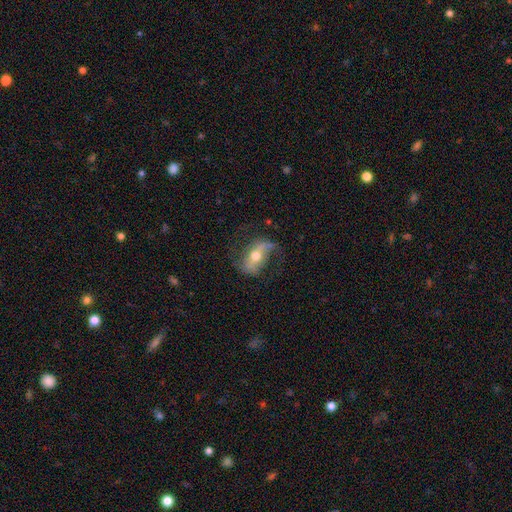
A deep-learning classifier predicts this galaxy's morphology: Smooth or featured: featured or disk — 72% (smooth — 21%)
Edge-on disk: no — 90% (yes — 10%)
Bar: strong — 45% (weak — 31%)
Spiral arms: yes — 85% (no — 15%)
Spiral winding: loose — 60% (medium — 30%)
Spiral arm count: 2 — 84% (1 — 8%)
Bulge size: moderate — 70% (small — 22%)
Merging: none — 65% (minor disturbance — 19%)